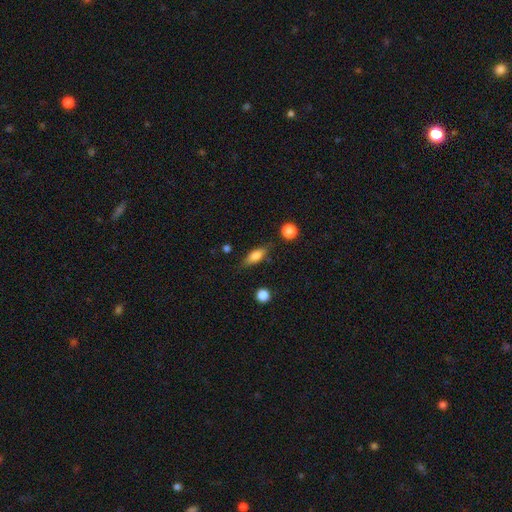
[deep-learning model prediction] Overall: smooth (74%). How rounded: in between (67%; cigar-shaped 28%). Merging: none (77%).